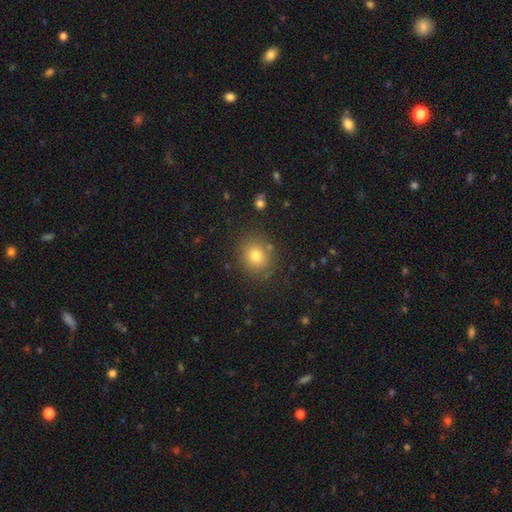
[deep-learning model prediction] Smooth or featured? Predicted: smooth (p=0.76). How rounded? Predicted: round (p=0.75). Merging? Predicted: none (p=0.82).